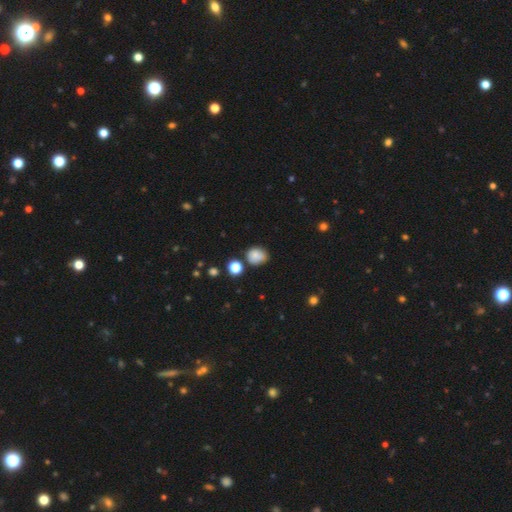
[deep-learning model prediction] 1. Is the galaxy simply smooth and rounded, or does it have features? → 81% smooth, 11% star or artifact, 8% featured or disk.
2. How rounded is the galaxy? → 61% round, 38% in between, 1% cigar-shaped.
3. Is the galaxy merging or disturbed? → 63% none, 24% minor disturbance, 8% merger, 5% major disturbance.